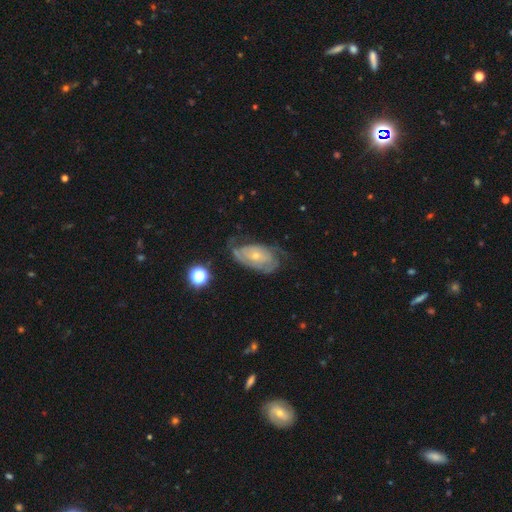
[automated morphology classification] smooth-or-featured: featured or disk: 74% | smooth: 19% | star or artifact: 7%
  disk-edge-on: no: 95% | yes: 5%
    bar: no: 74% | weak: 21% | strong: 4%
    has-spiral-arms: yes: 85% | no: 15%
      spiral-winding: tight: 55% | medium: 31% | loose: 14%
      spiral-arm-count: can't tell: 41% | 2: 37% | 3: 9% | 1: 7% | 4: 4% | more than 4: 3%
    bulge-size: small: 69% | moderate: 26% | none: 2% | large: 1% | dominant: 1%
  merging: none: 51% | minor disturbance: 27% | major disturbance: 20% | merger: 2%